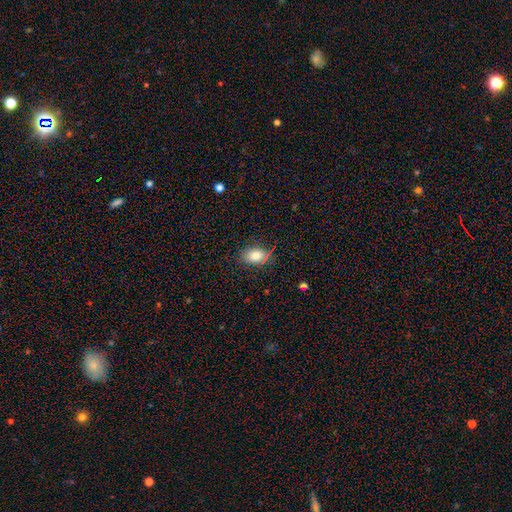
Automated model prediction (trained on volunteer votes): smooth 79%, star or artifact 12%, featured or disk 9%. Down the decision tree: how rounded — in between (81%); merging — none (78%).